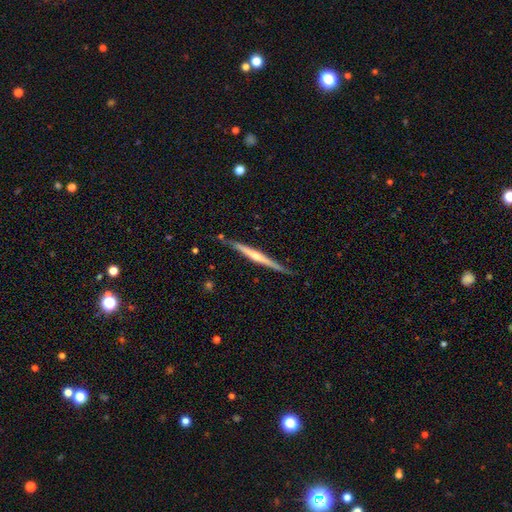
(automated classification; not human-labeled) Smooth or featured: featured or disk — 71% (smooth — 23%)
Edge-on disk: yes — 98% (no — 2%)
Edge-on bulge: rounded — 64% (none — 29%)
Merging: none — 84% (minor disturbance — 12%)